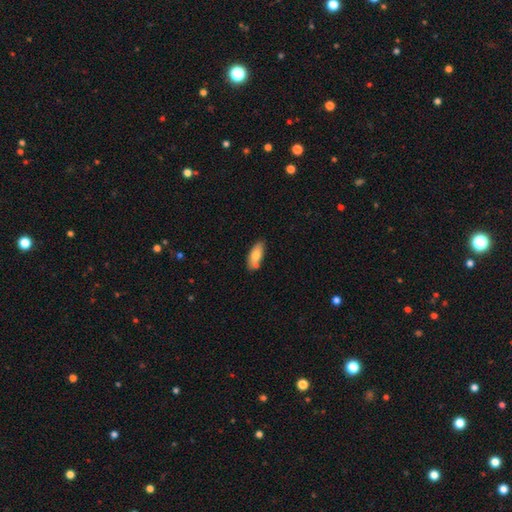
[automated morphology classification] This is likely a smooth galaxy (77%). How rounded: clearly in between (81%). Merging: likely none (72%).